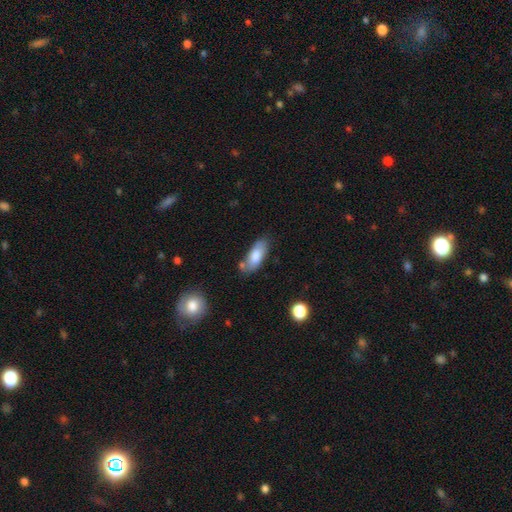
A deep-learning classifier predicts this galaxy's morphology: Smooth or featured: smooth — 78% (featured or disk — 16%)
How rounded: in between — 80% (cigar-shaped — 18%)
Merging: none — 64% (minor disturbance — 21%)